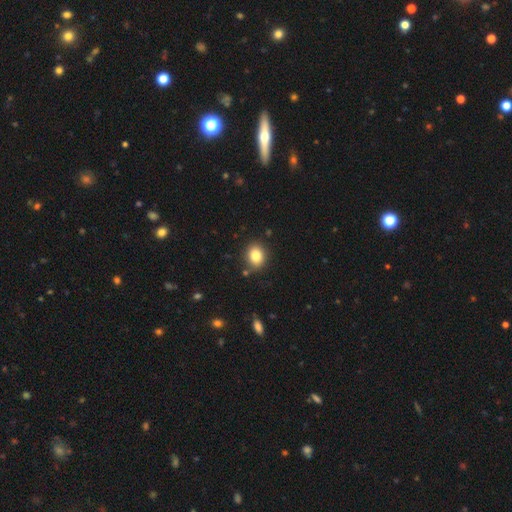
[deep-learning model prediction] Morphology: type=smooth (84%); roundness=round (53%); merging=none (85%).